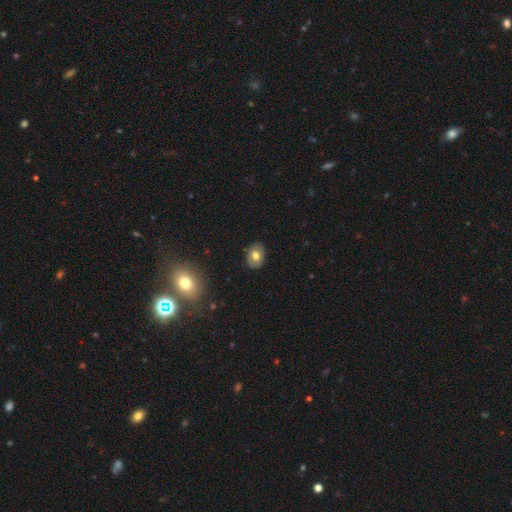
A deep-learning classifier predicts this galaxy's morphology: Overall: smooth (69%). How rounded: in between (69%; round 30%). Merging: none (86%).